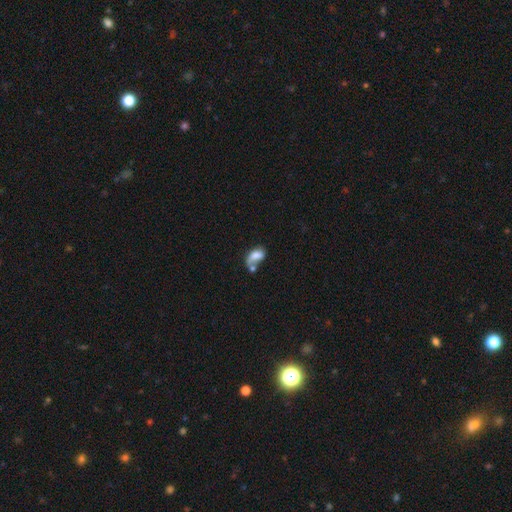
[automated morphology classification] This appears to be a smooth galaxy with no disk features (66%) that is in between round and cigar-shaped (87%). Merging: merger (41%).